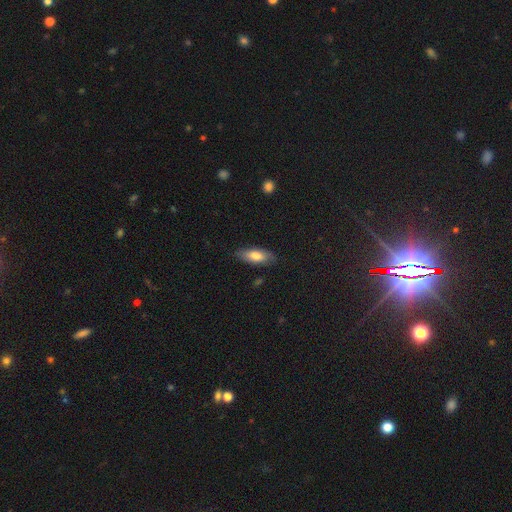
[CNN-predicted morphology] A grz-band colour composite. It shows a smooth galaxy with no disk features (76%) that is in between round and cigar-shaped (74%). Merging: none (81%).